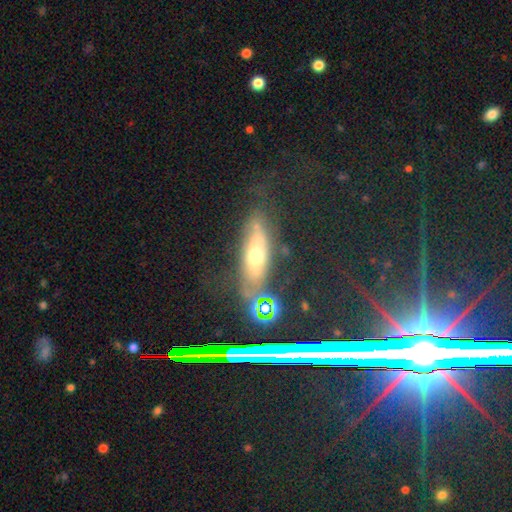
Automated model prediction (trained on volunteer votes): A smooth galaxy with no disk features (41%).

Vote fractions:
- Smooth or featured? smooth: 41% / featured or disk: 36% / star or artifact: 23%
- Merging? none: 64% / minor disturbance: 20% / major disturbance: 10% / merger: 6%